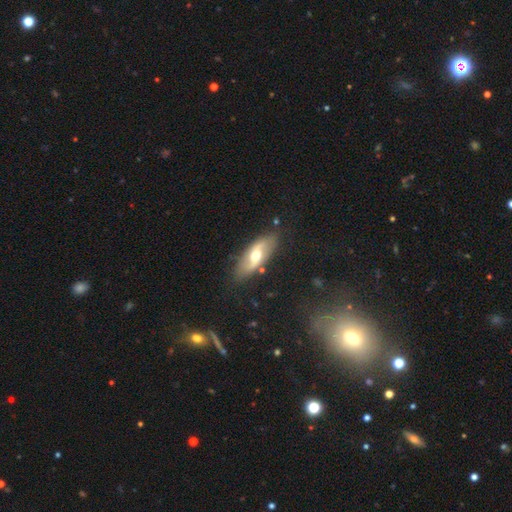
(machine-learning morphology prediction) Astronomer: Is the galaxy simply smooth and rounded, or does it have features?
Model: featured or disk — 57% (runner-up: smooth, 37%).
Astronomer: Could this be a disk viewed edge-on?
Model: no — 80%.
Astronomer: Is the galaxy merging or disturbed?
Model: none — 79%.